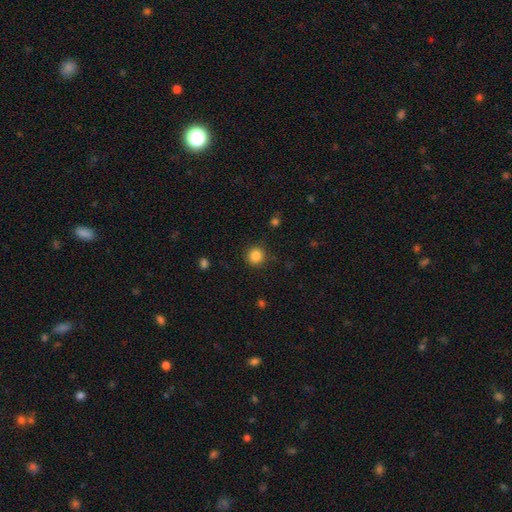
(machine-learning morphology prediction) Smooth or featured?
  - smooth: 85% *
  - star or artifact: 11%
  - featured or disk: 4%
How rounded?
  - round: 94% *
  - in between: 5%
  - cigar-shaped: 1%
Merging?
  - none: 88% *
  - minor disturbance: 8%
  - major disturbance: 3%
  - merger: 1%